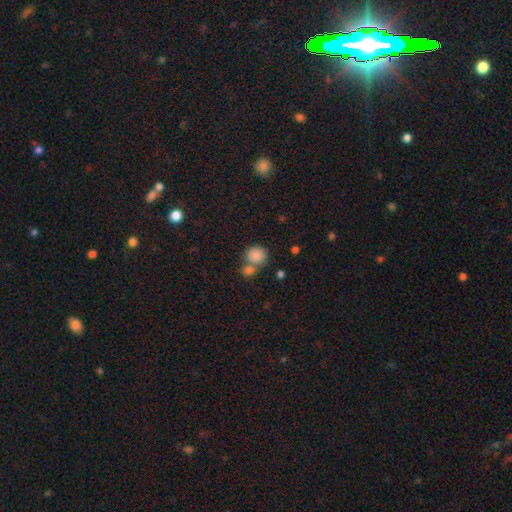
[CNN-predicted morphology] A smooth galaxy with no disk features (85%) that is round (68%).

Vote fractions:
- Smooth or featured? smooth: 85% / star or artifact: 9% / featured or disk: 6%
- How rounded? round: 68% / in between: 31% / cigar-shaped: 1%
- Merging? none: 44% / merger: 41% / minor disturbance: 10% / major disturbance: 4%